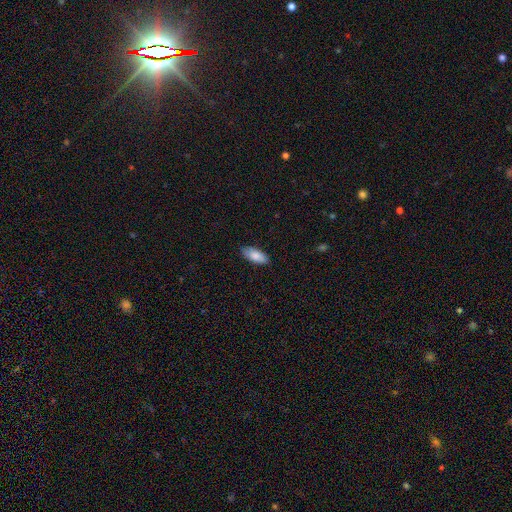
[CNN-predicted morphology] smooth-or-featured: smooth: 84% | featured or disk: 10% | star or artifact: 6%
  how-rounded: in between: 84% | cigar-shaped: 14% | round: 2%
  merging: none: 87% | minor disturbance: 11% | major disturbance: 2% | merger: 1%